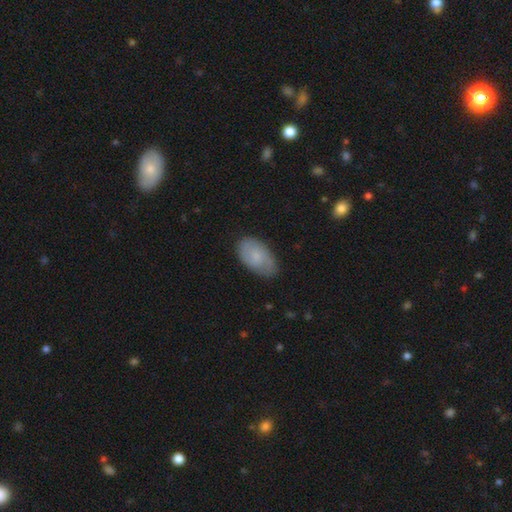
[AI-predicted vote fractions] Overall: smooth (63%; featured or disk 30%). How rounded: in between (93%). Merging: none (74%).